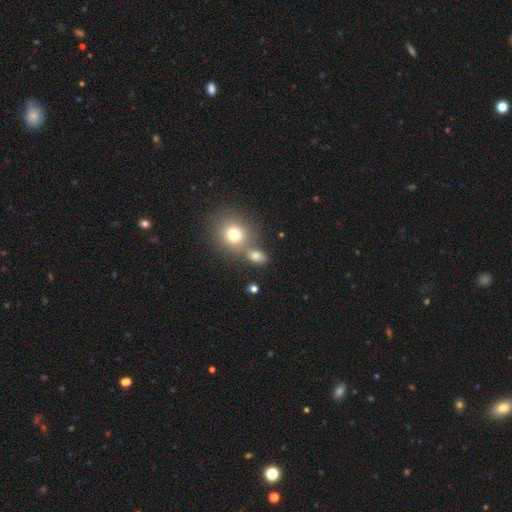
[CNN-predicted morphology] Smooth or featured?
  - smooth: 78% *
  - star or artifact: 13%
  - featured or disk: 9%
How rounded?
  - in between: 62% *
  - round: 36%
  - cigar-shaped: 2%
Merging?
  - none: 52% *
  - merger: 33%
  - minor disturbance: 10%
  - major disturbance: 5%